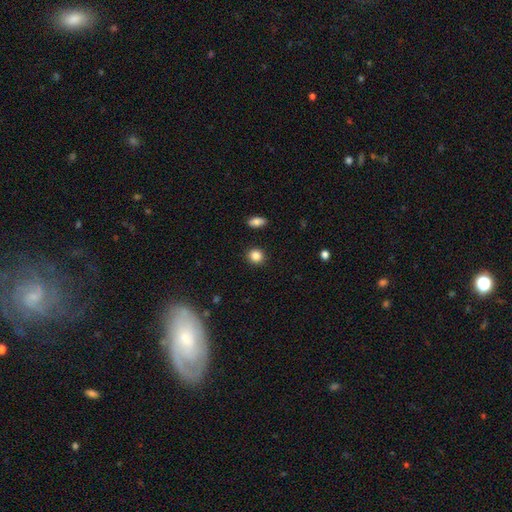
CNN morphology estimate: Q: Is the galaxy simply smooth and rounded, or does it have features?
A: smooth — 87%.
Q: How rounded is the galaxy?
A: round — 85%.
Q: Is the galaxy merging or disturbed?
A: none — 91%.